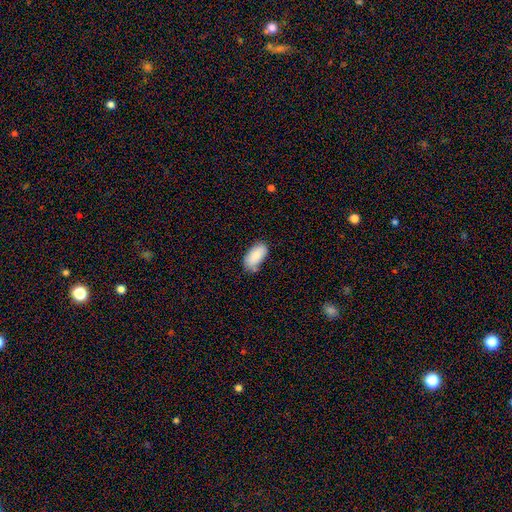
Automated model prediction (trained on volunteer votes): This appears to be a smooth galaxy with no disk features (86%) that is in between round and cigar-shaped (95%). Merging: none (68%).